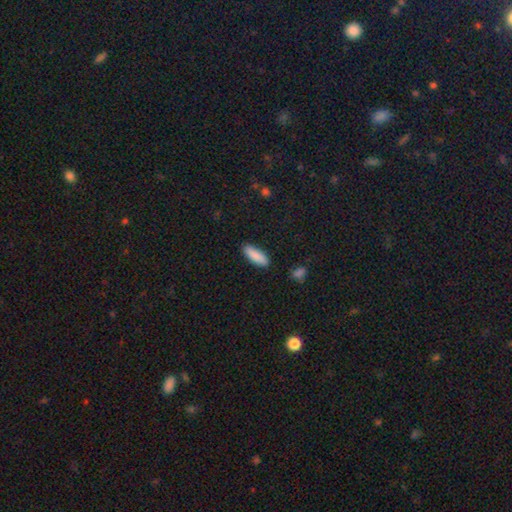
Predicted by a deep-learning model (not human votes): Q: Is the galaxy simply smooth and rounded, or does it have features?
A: smooth — 88%.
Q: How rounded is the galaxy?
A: in between — 58%.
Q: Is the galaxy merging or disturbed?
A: none — 88%.